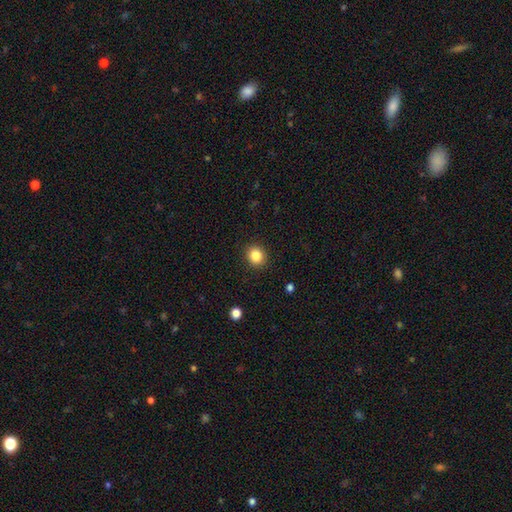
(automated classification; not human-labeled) Smooth or featured? smooth (84%)
How rounded? round (81%)
Merging? none (91%)